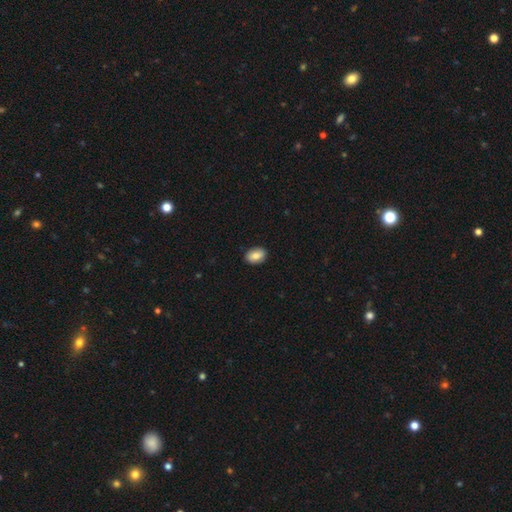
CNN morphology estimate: This is likely a smooth galaxy (80%). How rounded: clearly in between (81%). Merging: clearly none (88%).